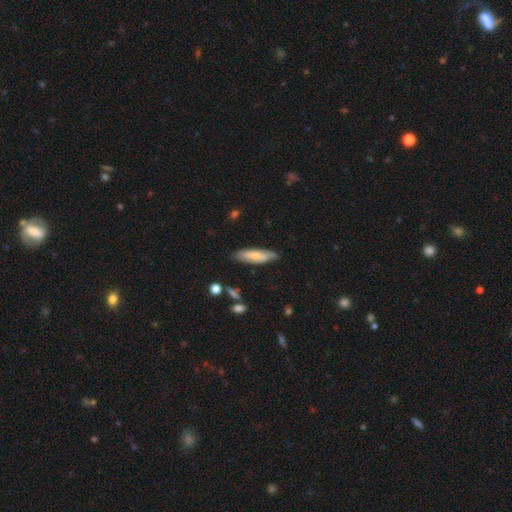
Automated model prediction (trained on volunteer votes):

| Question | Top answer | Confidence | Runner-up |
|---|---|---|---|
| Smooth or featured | smooth | 66% | featured or disk (28%) |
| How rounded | cigar-shaped | 61% | in between (37%) |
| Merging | none | 76% | minor disturbance (19%) |